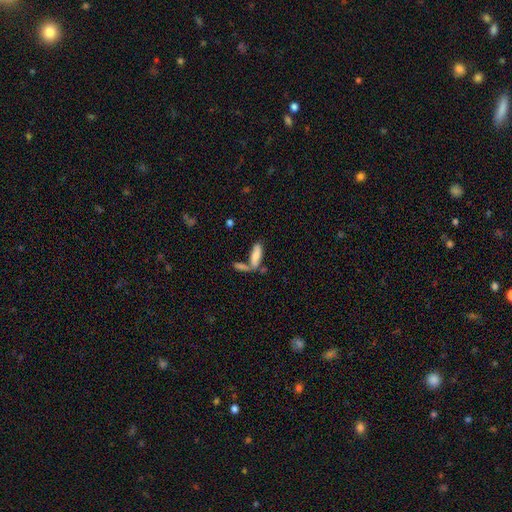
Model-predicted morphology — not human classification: type=smooth (77%); roundness=in between (55%); merging=merger (42%).